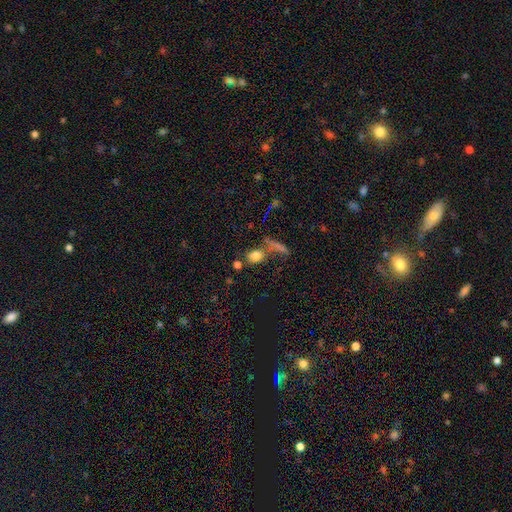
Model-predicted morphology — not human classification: Overall: smooth (78%). How rounded: in between (53%; round 39%). Merging: none (57%; merger 23%).